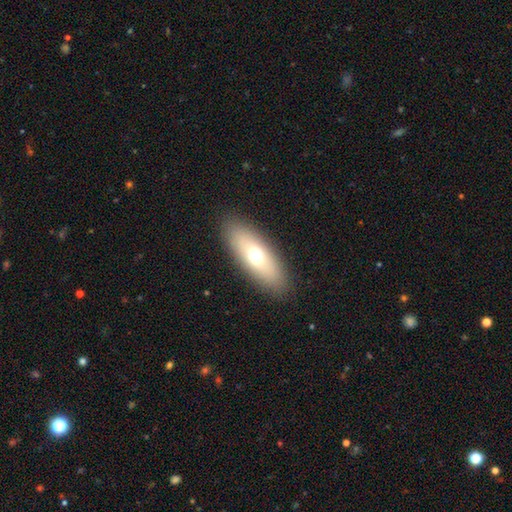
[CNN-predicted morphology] Smooth or featured: smooth — 64% (featured or disk — 29%)
How rounded: in between — 67% (cigar-shaped — 30%)
Merging: none — 88% (minor disturbance — 8%)